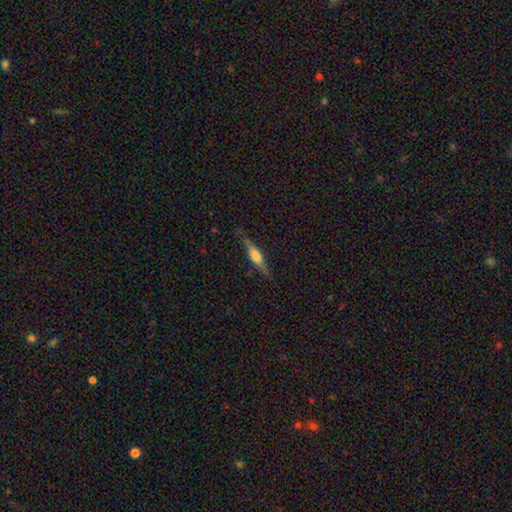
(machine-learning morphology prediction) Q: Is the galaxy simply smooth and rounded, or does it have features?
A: featured or disk — 51%.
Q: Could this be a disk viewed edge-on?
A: yes — 94%.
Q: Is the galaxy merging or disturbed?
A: none — 81%.